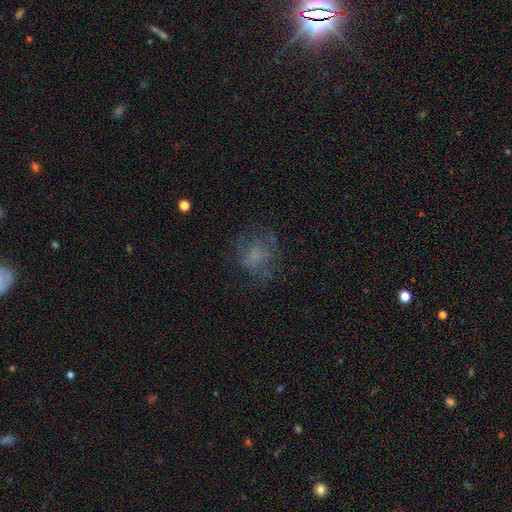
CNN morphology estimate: This is possibly a smooth galaxy (50%). Merging: possibly none (60%).